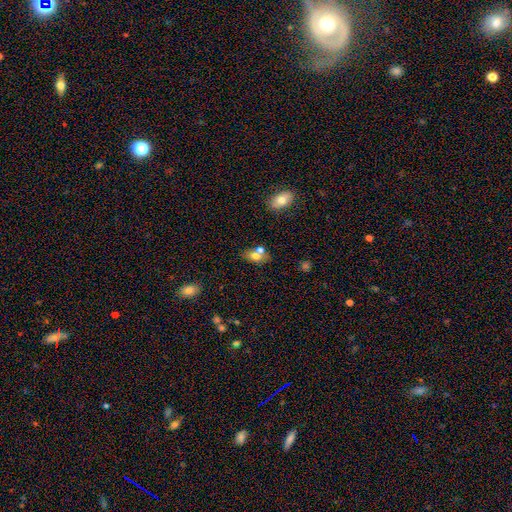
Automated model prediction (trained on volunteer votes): Smooth or featured: smooth — 69% (featured or disk — 20%)
How rounded: in between — 83% (round — 14%)
Merging: none — 50% (merger — 33%)